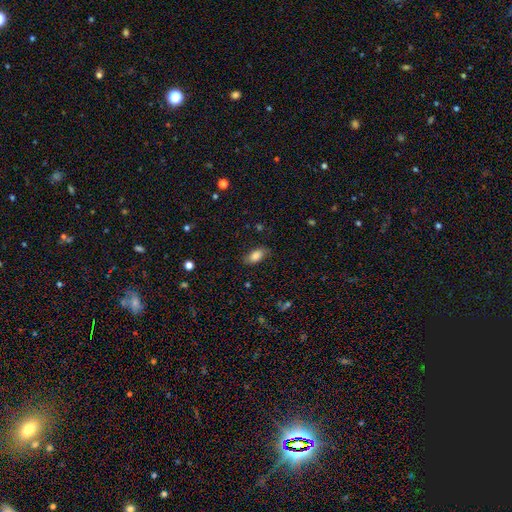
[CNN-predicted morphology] This is clearly a smooth galaxy (83%). How rounded: clearly in between (90%). Merging: likely none (79%).